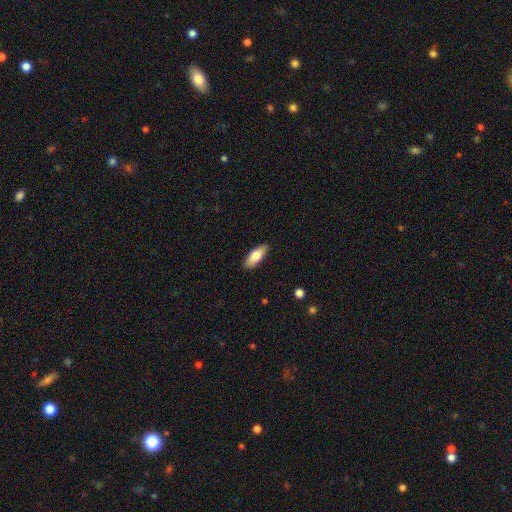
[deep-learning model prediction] This is likely a smooth galaxy (76%). How rounded: likely in between (76%). Merging: clearly none (87%).